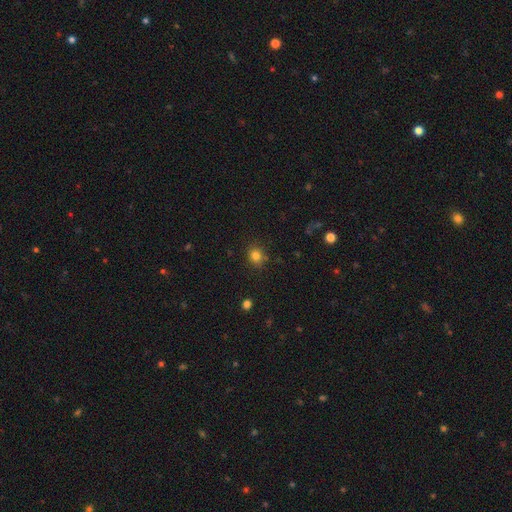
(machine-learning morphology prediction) smooth-or-featured: smooth: 81% | star or artifact: 13% | featured or disk: 6%
  how-rounded: round: 74% | in between: 25% | cigar-shaped: 1%
  merging: none: 83% | minor disturbance: 12% | major disturbance: 3% | merger: 2%